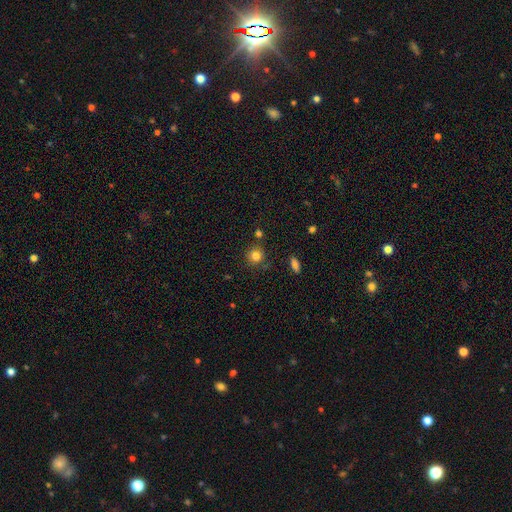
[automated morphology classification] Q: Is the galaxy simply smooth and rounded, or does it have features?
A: smooth — 82%.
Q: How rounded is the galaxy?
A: round — 90%.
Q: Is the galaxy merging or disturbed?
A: none — 81%.